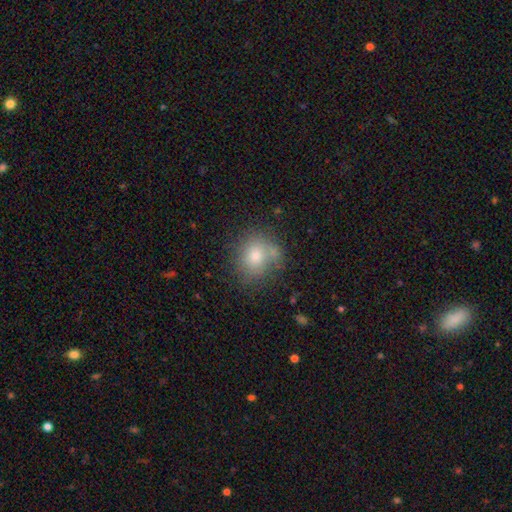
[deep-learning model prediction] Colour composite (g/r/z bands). It shows a smooth galaxy with no disk features (75%) that is round (77%). Merging: none (62%).